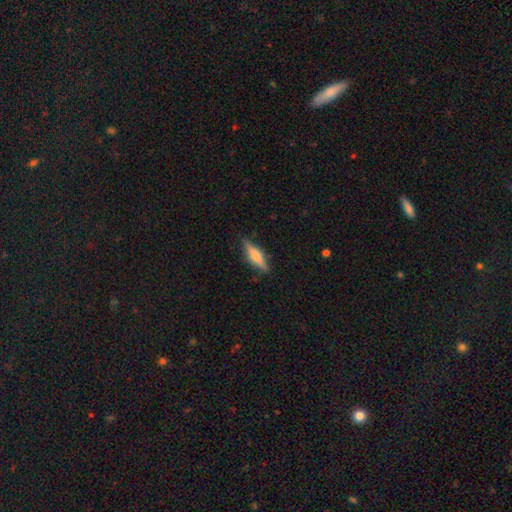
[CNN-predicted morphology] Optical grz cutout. It shows a featured or disk galaxy (52%) viewed edge-on (95%). Merging: none (86%).